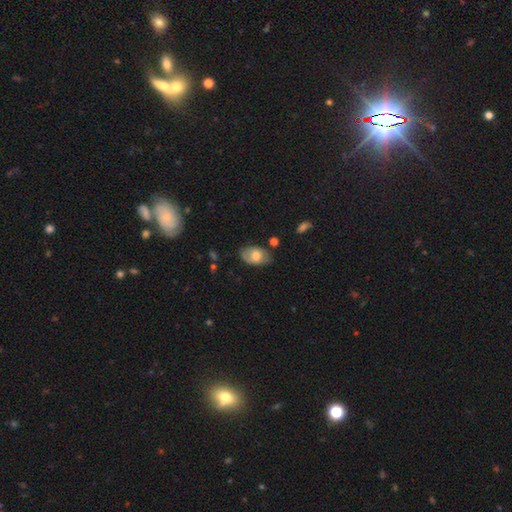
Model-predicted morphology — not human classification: Smooth or featured?
  - smooth: 63% *
  - featured or disk: 30%
  - star or artifact: 7%
How rounded?
  - in between: 90% *
  - round: 9%
  - cigar-shaped: 1%
Merging?
  - none: 68% *
  - minor disturbance: 23%
  - major disturbance: 6%
  - merger: 3%